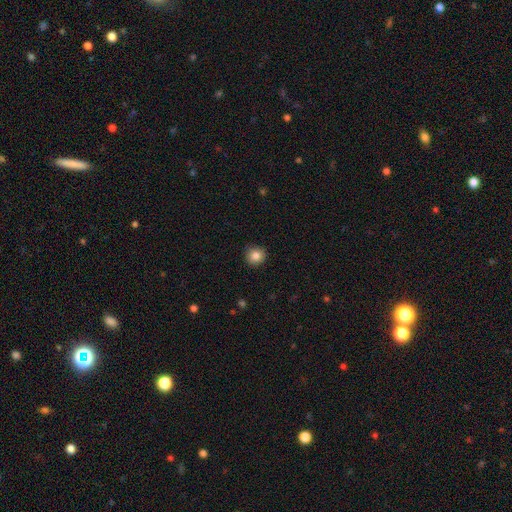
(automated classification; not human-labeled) Morphology: type=smooth (85%); roundness=round (91%); merging=none (88%).